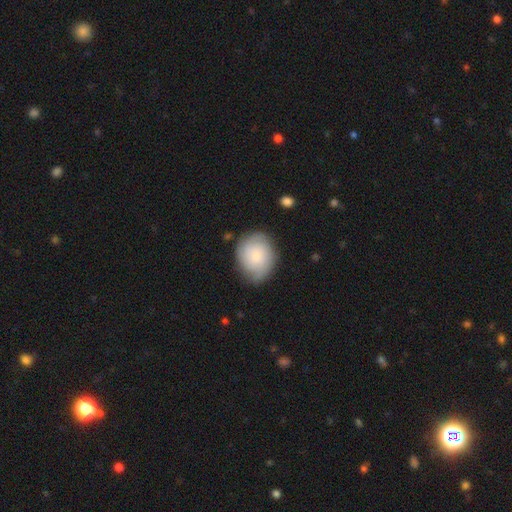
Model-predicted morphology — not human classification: type=smooth (53%); roundness=round (52%); merging=none (72%).